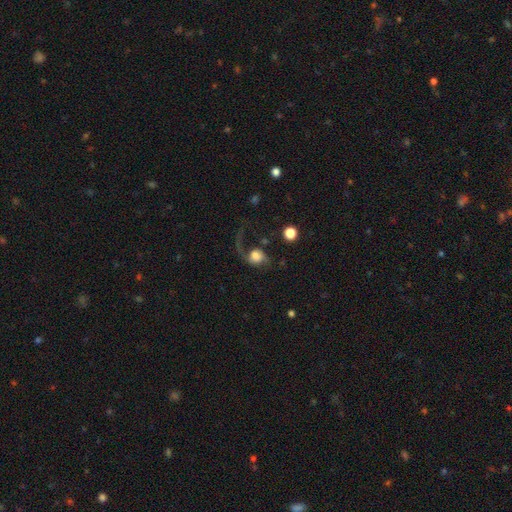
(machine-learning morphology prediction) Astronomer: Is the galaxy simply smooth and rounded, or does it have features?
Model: featured or disk — 53% (runner-up: smooth, 37%).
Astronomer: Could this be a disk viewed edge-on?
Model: no — 96%.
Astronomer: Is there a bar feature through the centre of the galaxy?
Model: no — 71%.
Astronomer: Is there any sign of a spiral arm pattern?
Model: yes — 87%.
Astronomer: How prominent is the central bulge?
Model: large — 37% (runner-up: moderate, 23%).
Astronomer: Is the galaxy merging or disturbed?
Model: major disturbance — 47% (runner-up: none, 33%).